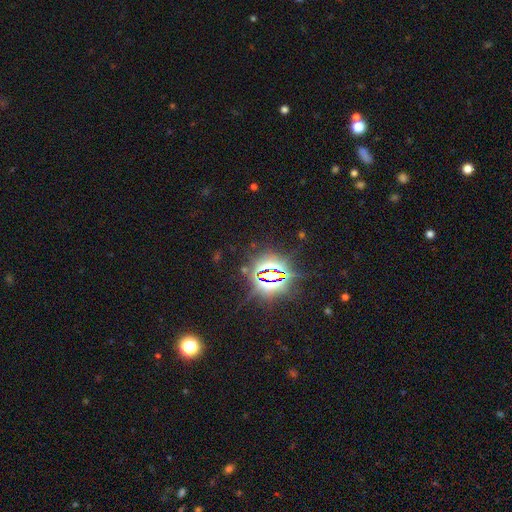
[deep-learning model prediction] smooth-or-featured: star or artifact: 85% | smooth: 9% | featured or disk: 7%